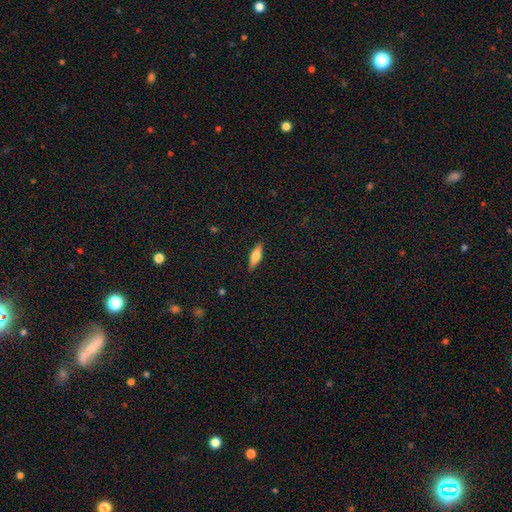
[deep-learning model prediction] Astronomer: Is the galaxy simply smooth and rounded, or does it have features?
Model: smooth — 60%.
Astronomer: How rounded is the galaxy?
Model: cigar-shaped — 55% (runner-up: in between, 43%).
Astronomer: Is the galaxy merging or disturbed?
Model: none — 88%.